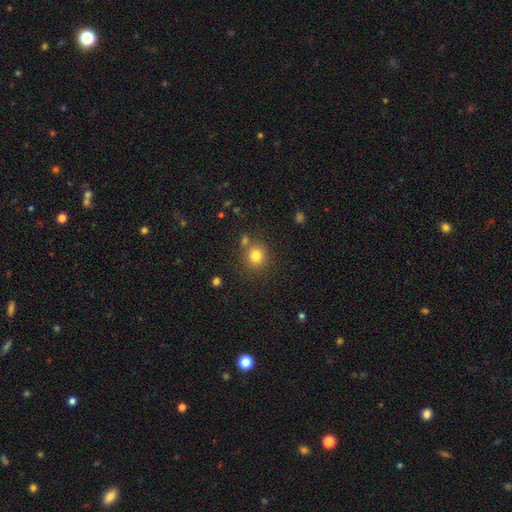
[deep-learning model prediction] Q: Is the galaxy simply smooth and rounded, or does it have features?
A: smooth — 80%.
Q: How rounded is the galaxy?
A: round — 88%.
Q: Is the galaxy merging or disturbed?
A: none — 77%.